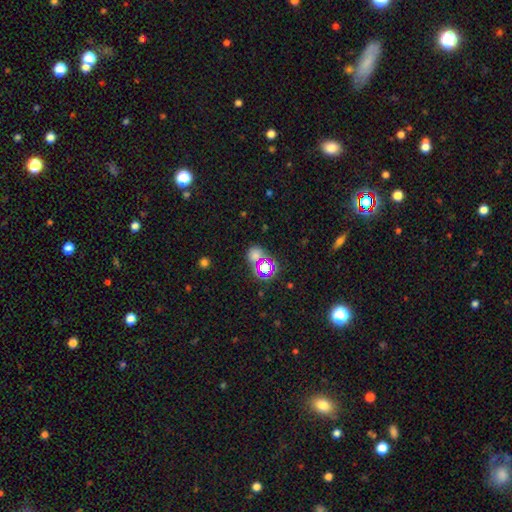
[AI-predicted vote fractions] The model was most divided on "smooth or featured": star or artifact: 46%, smooth: 45%, featured or disk: 9%.